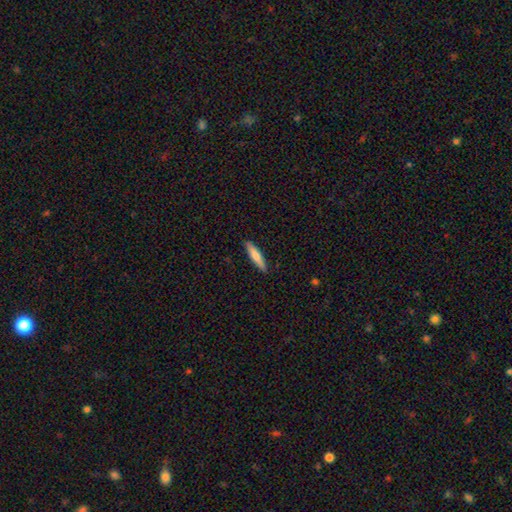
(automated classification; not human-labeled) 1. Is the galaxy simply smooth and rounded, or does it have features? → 68% smooth, 27% featured or disk, 5% star or artifact.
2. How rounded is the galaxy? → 85% cigar-shaped, 14% in between, 2% round.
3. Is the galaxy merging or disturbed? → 90% none, 7% minor disturbance, 1% major disturbance, 1% merger.